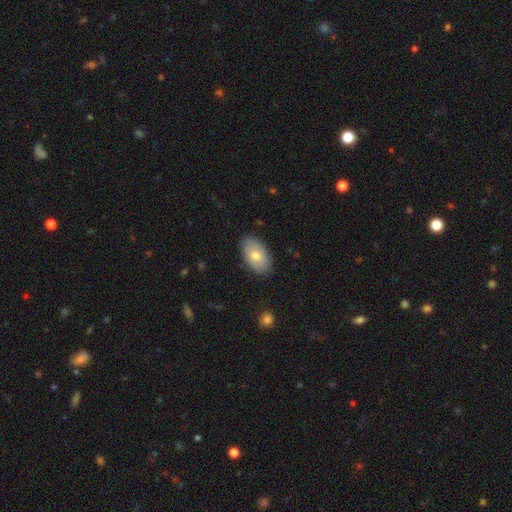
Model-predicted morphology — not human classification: Smooth or featured? Predicted: smooth (p=0.70). How rounded? Predicted: in between (p=0.94). Merging? Predicted: none (p=0.85).